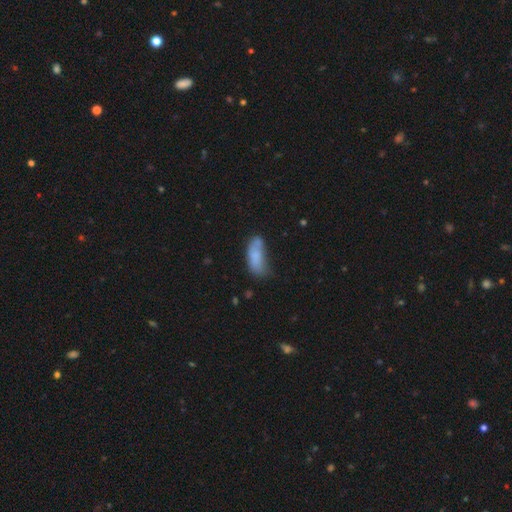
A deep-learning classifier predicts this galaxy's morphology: A smooth galaxy with no disk features (74%) that is in between round and cigar-shaped (74%). Merging: none (38%).